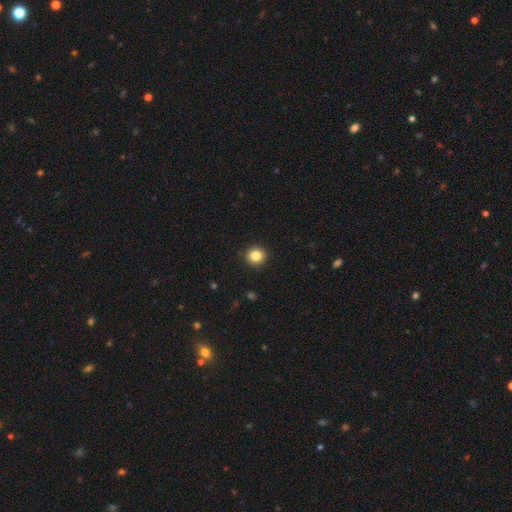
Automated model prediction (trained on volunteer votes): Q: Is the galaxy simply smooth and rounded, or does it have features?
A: smooth — 84%.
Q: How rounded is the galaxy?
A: round — 93%.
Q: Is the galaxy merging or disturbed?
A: none — 93%.